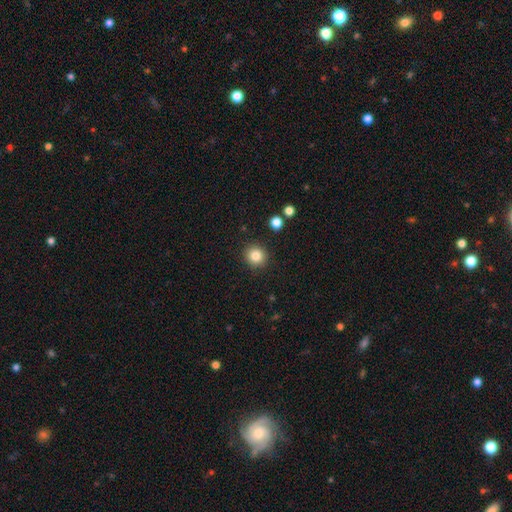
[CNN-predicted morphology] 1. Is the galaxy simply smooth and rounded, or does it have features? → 84% smooth, 11% star or artifact, 6% featured or disk.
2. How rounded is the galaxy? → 90% round, 9% in between, 1% cigar-shaped.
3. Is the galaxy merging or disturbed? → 90% none, 6% minor disturbance, 2% major disturbance, 2% merger.